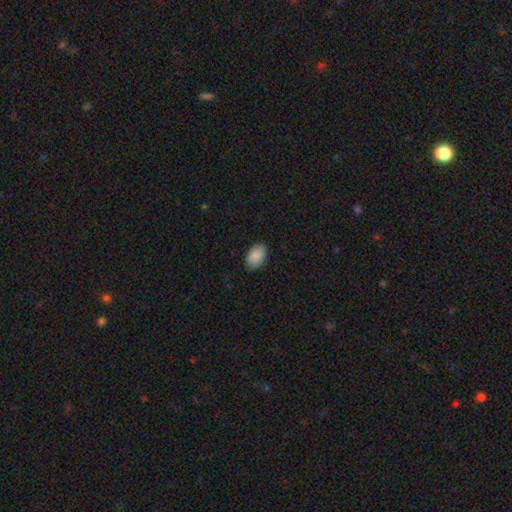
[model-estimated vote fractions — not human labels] This appears to be a smooth galaxy with no disk features (89%) that is in between round and cigar-shaped (91%). Merging: none (87%).